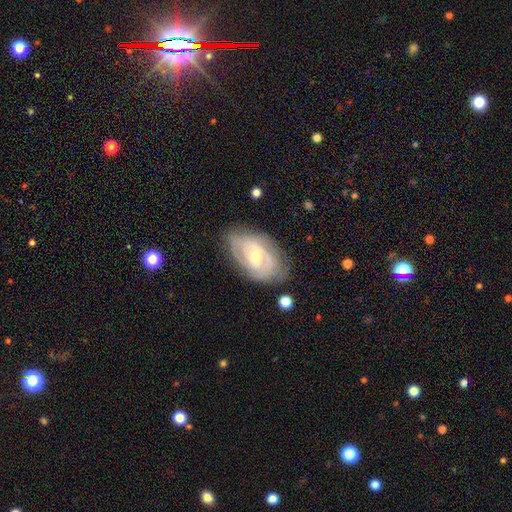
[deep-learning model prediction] Q: Smooth or featured?
A: featured or disk (78%); runner-up: smooth (16%)
Q: Edge-on disk?
A: no (95%); runner-up: yes (5%)
Q: Bar?
A: weak (46%); runner-up: no (41%)
Q: Spiral arms?
A: yes (87%); runner-up: no (13%)
Q: Spiral winding?
A: tight (60%); runner-up: medium (31%)
Q: Spiral arm count?
A: 2 (39%); runner-up: can't tell (37%)
Q: Bulge size?
A: moderate (52%); runner-up: small (44%)
Q: Merging?
A: none (71%); runner-up: minor disturbance (21%)